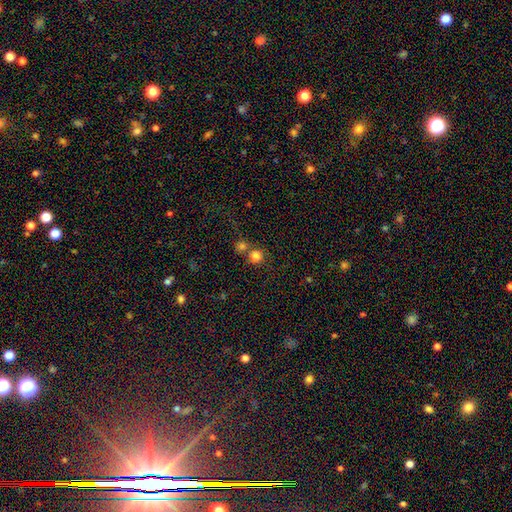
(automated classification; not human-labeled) smooth_or_featured: smooth (p=0.80) [alt: star or artifact p=0.13]
how_rounded: round (p=0.91) [alt: in between p=0.08]
merging: none (p=0.55) [alt: merger p=0.35]